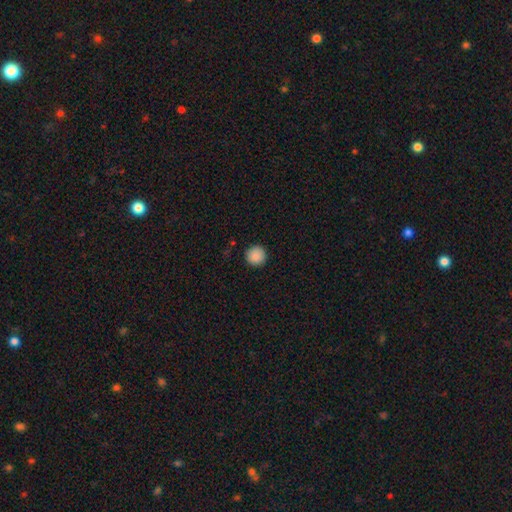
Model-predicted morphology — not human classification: type=smooth (88%); roundness=round (96%); merging=none (92%).